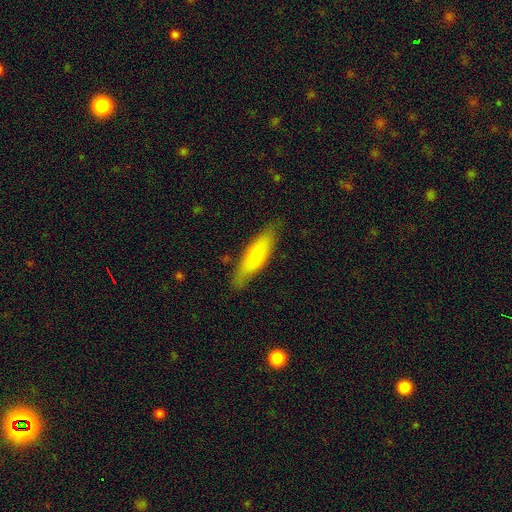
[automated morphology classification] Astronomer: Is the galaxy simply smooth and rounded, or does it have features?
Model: smooth — 67%.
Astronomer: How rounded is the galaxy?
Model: cigar-shaped — 61% (runner-up: in between, 38%).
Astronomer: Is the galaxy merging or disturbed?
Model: none — 80%.